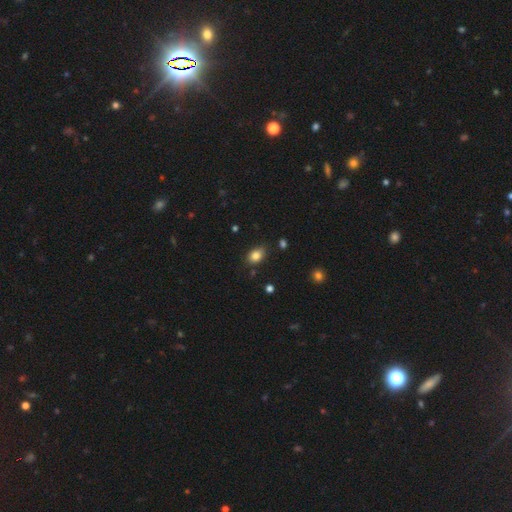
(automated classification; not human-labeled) This is clearly a smooth galaxy (83%). How rounded: likely in between (79%). Merging: clearly none (80%).